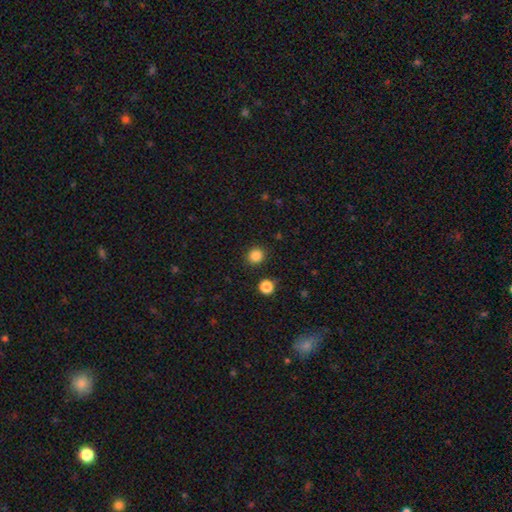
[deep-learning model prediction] smooth_or_featured: smooth (p=0.85) [alt: star or artifact p=0.12]
how_rounded: round (p=0.89) [alt: in between p=0.10]
merging: none (p=0.90) [alt: minor disturbance p=0.06]